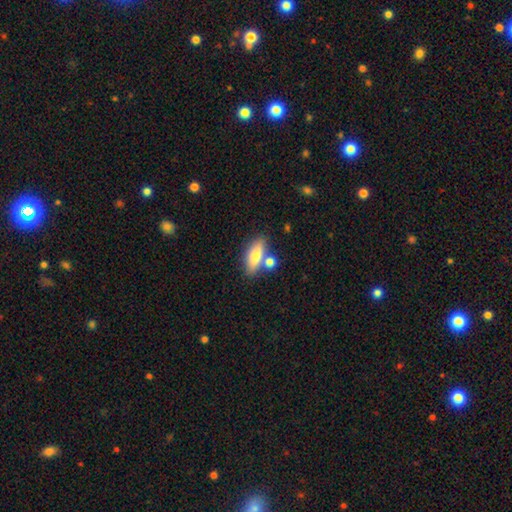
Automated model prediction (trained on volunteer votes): A smooth galaxy with no disk features (73%) that is in between round and cigar-shaped (68%).

Vote fractions:
- Smooth or featured? smooth: 73% / featured or disk: 20% / star or artifact: 7%
- How rounded? in between: 68% / cigar-shaped: 26% / round: 5%
- Merging? none: 65% / merger: 20% / minor disturbance: 12% / major disturbance: 4%